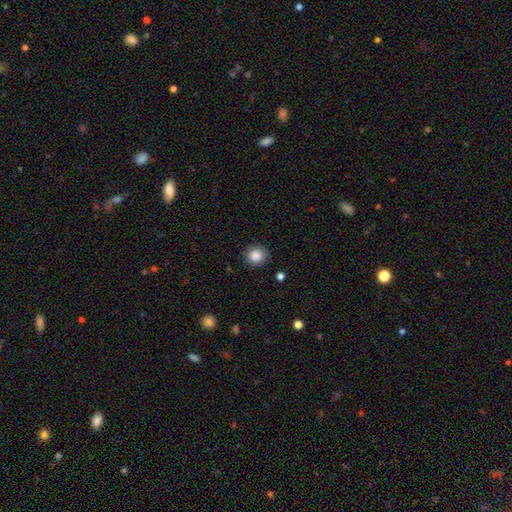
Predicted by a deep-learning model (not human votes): Overall: smooth (87%). How rounded: round (86%). Merging: none (88%).